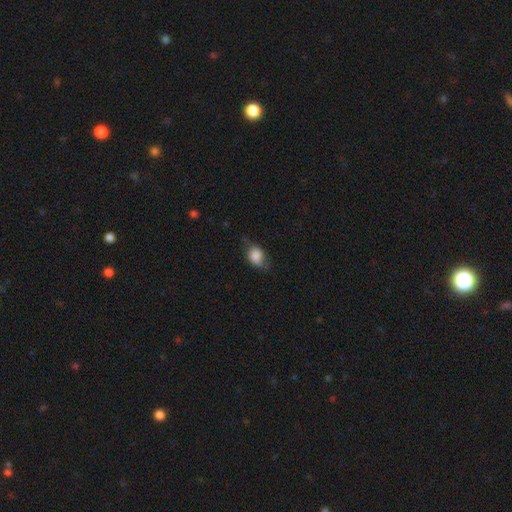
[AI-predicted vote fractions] Morphology: type=smooth (81%); roundness=in between (69%); merging=none (59%).